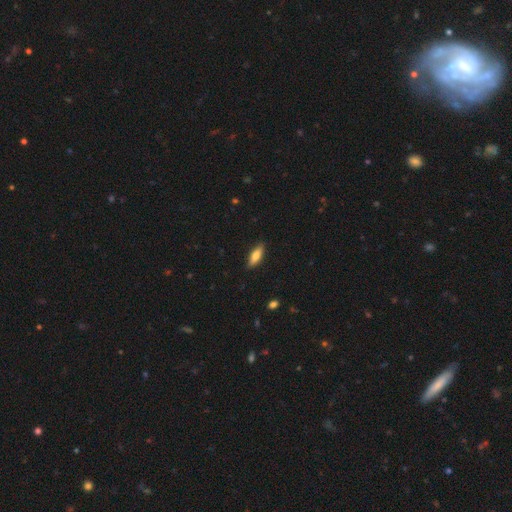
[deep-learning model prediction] Smooth or featured?
  - smooth: 76% *
  - featured or disk: 18%
  - star or artifact: 6%
How rounded?
  - in between: 58% *
  - cigar-shaped: 40%
  - round: 2%
Merging?
  - none: 87% *
  - minor disturbance: 10%
  - major disturbance: 2%
  - merger: 1%